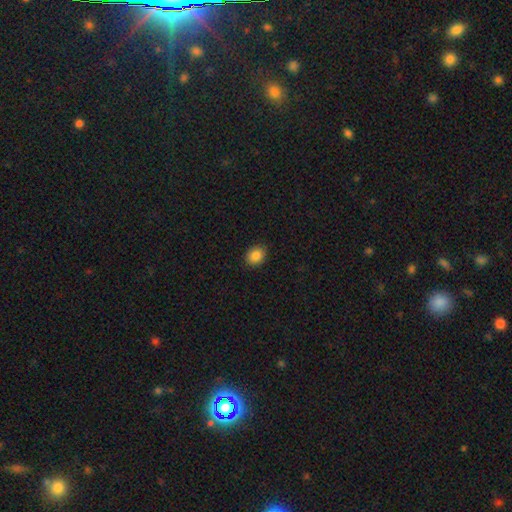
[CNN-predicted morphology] This is clearly a smooth galaxy (86%). How rounded: possibly round (52%). Merging: clearly none (89%).